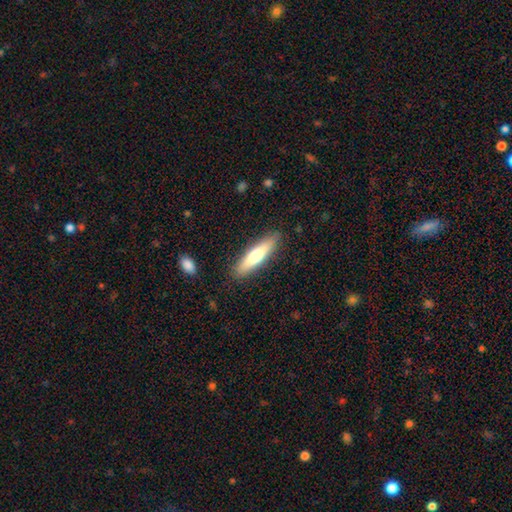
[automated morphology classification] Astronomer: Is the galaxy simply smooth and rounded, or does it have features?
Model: smooth — 64%.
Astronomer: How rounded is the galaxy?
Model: cigar-shaped — 76%.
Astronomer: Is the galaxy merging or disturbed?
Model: none — 87%.